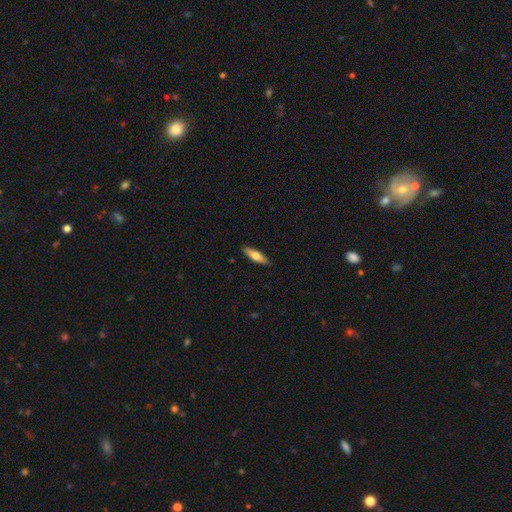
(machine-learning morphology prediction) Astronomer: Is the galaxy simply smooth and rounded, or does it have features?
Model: smooth — 61%.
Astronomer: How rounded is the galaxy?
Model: cigar-shaped — 64%.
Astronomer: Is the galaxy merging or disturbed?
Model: none — 89%.